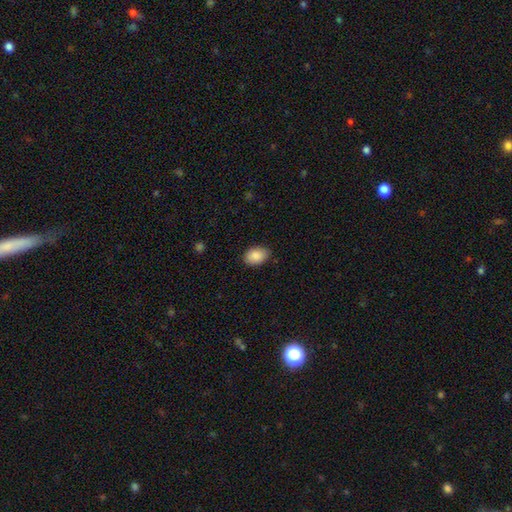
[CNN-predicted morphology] A smooth galaxy with no disk features (88%) that is in between round and cigar-shaped (82%). Merging: none (85%).